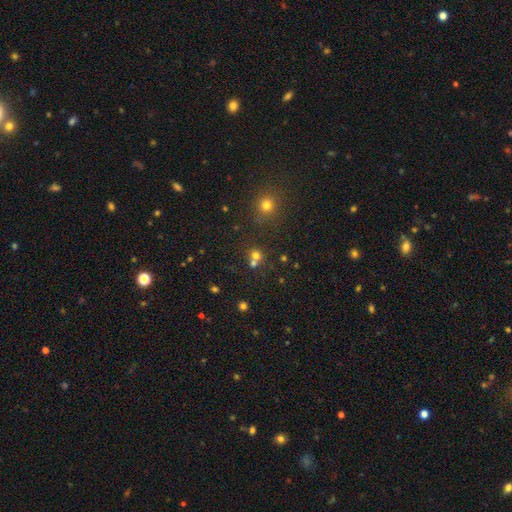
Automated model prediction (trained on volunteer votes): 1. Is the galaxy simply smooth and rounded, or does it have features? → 68% smooth, 22% star or artifact, 11% featured or disk.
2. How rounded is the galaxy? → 85% round, 14% in between, 1% cigar-shaped.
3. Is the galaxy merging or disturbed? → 53% none, 37% merger, 7% minor disturbance, 3% major disturbance.